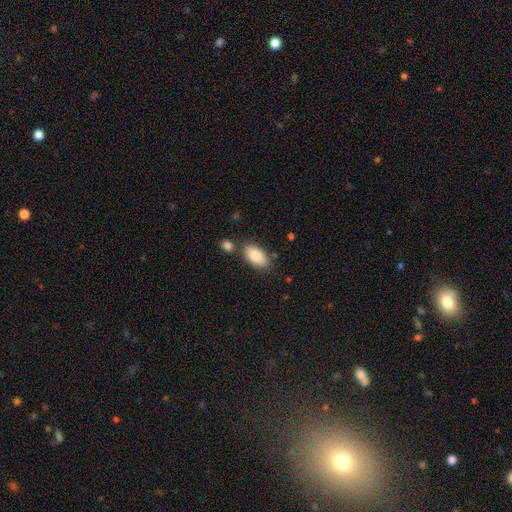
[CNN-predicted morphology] This appears to be a smooth galaxy with no disk features (88%) that is in between round and cigar-shaped (94%). Merging: none (75%).